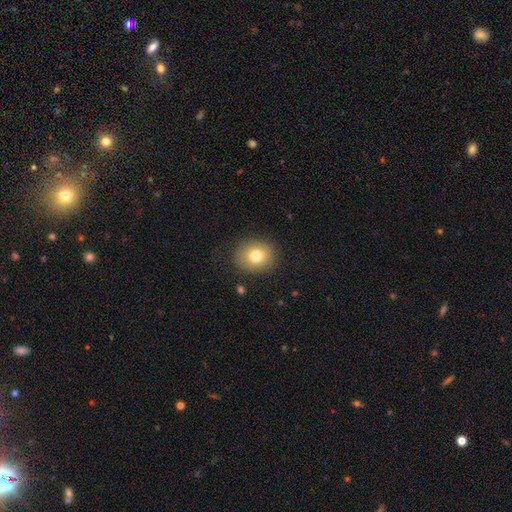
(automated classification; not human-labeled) smooth 77%, featured or disk 13%, star or artifact 10%. Down the decision tree: how rounded — round (68%); merging — none (86%).